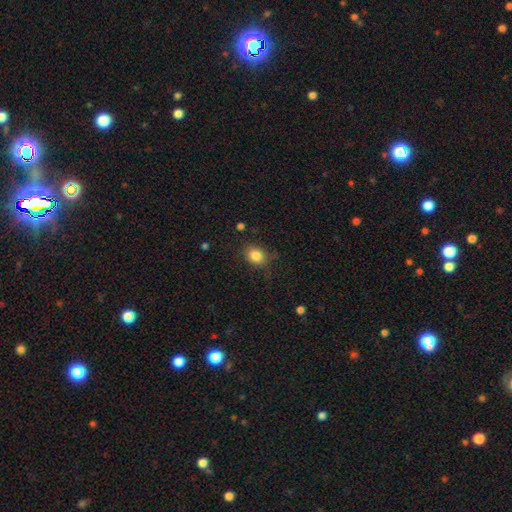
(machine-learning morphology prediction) This appears to be a smooth galaxy with no disk features (84%) that is round (54%). Merging: none (77%).